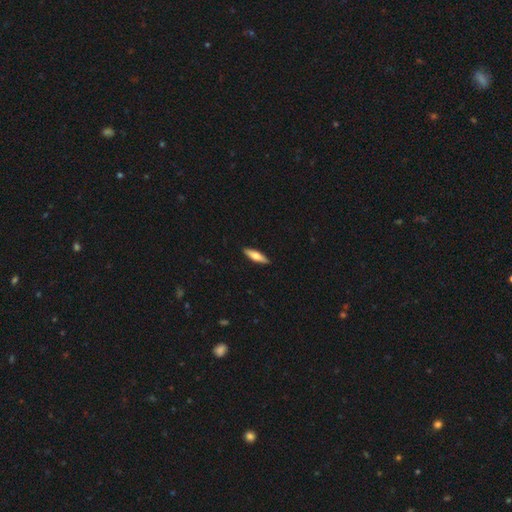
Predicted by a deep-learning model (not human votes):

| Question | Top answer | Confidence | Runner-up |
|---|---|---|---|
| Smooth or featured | smooth | 60% | featured or disk (34%) |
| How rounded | cigar-shaped | 63% | in between (35%) |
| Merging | none | 91% | minor disturbance (7%) |